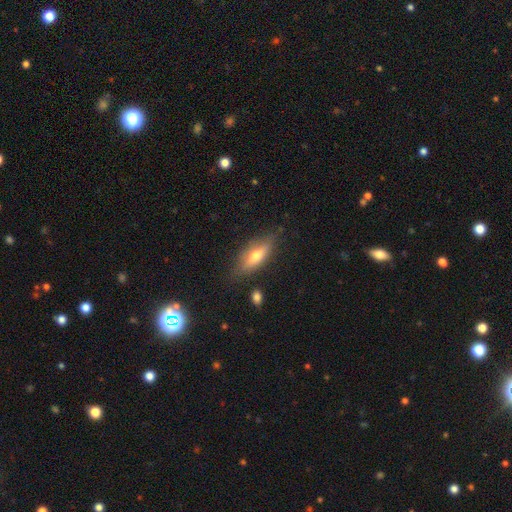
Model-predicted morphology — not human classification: Smooth or featured?
  - smooth: 49% *
  - featured or disk: 44%
  - star or artifact: 7%
Merging?
  - none: 78% *
  - minor disturbance: 15%
  - major disturbance: 4%
  - merger: 2%